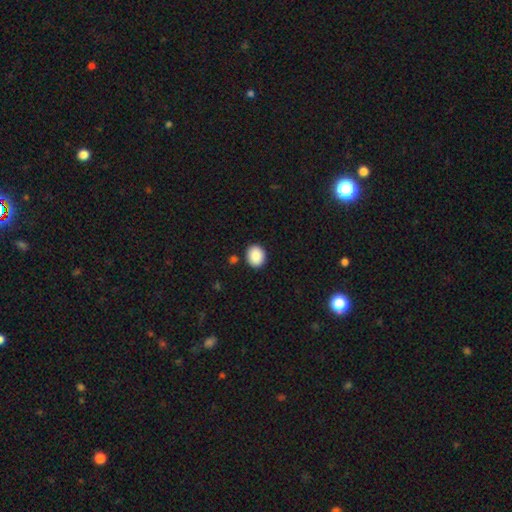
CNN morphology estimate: A smooth galaxy with no disk features (89%) that is round (61%). Merging: none (88%).